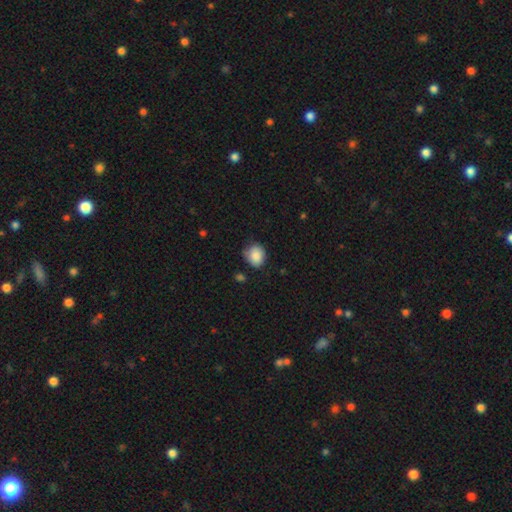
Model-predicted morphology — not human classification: smooth-or-featured: smooth: 87% | star or artifact: 8% | featured or disk: 5%
  how-rounded: round: 69% | in between: 30% | cigar-shaped: 1%
  merging: none: 68% | minor disturbance: 25% | major disturbance: 5% | merger: 2%